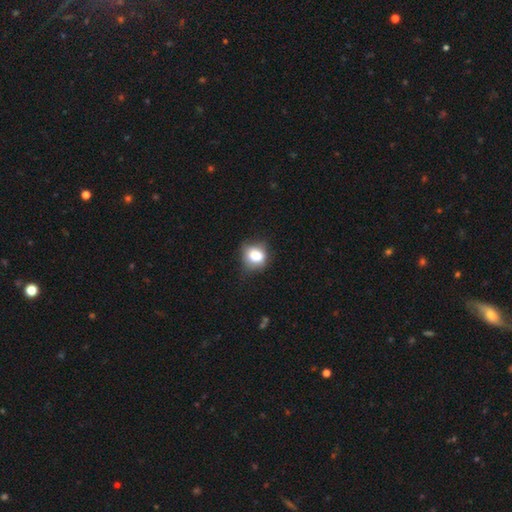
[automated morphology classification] Smooth or featured?
  - smooth: 79% *
  - star or artifact: 11%
  - featured or disk: 10%
How rounded?
  - round: 63% *
  - in between: 36%
  - cigar-shaped: 1%
Merging?
  - none: 53% *
  - minor disturbance: 32%
  - major disturbance: 11%
  - merger: 3%